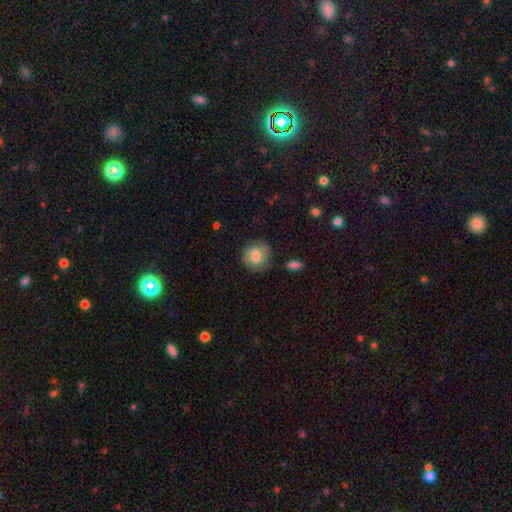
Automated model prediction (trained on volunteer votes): This is possibly a featured or disk galaxy (48%). Merging: likely none (80%).